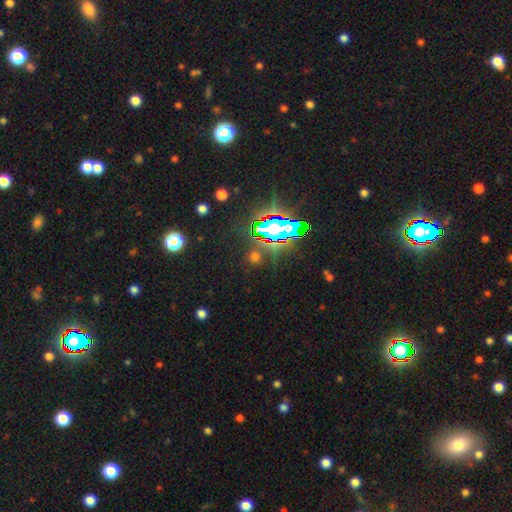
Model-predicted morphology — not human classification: smooth-or-featured: star or artifact: 70% | smooth: 20% | featured or disk: 10%